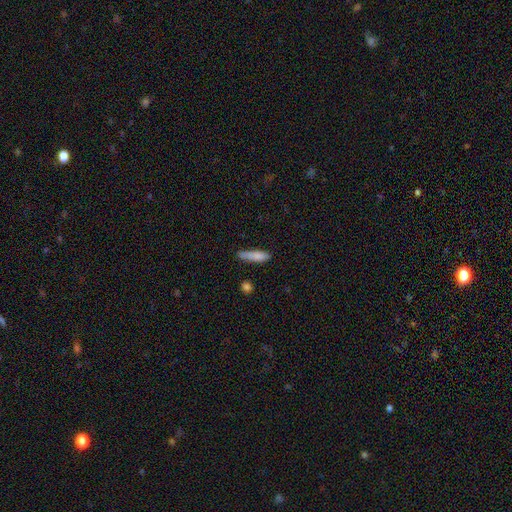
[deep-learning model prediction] smooth-or-featured: smooth: 82% | featured or disk: 11% | star or artifact: 7%
  how-rounded: cigar-shaped: 74% | in between: 24% | round: 2%
  merging: none: 62% | minor disturbance: 26% | merger: 6% | major disturbance: 6%